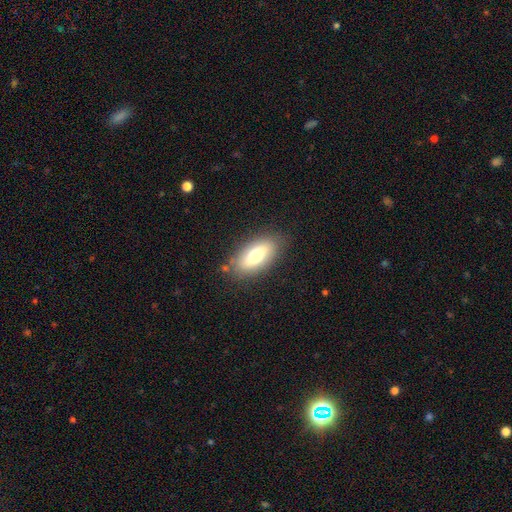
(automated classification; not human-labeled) Smooth or featured?
  - smooth: 68% *
  - featured or disk: 25%
  - star or artifact: 7%
How rounded?
  - in between: 83% *
  - cigar-shaped: 14%
  - round: 3%
Merging?
  - none: 82% *
  - minor disturbance: 12%
  - major disturbance: 4%
  - merger: 2%